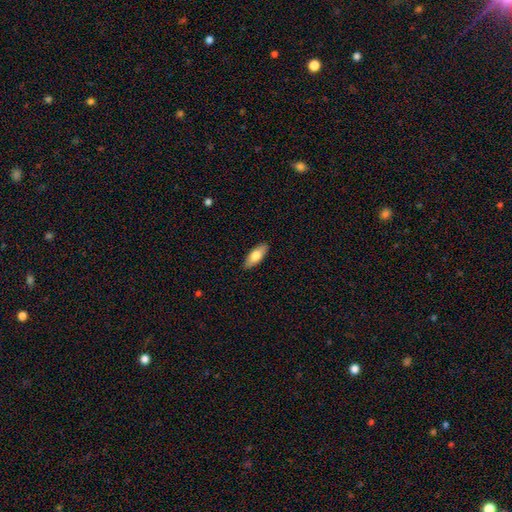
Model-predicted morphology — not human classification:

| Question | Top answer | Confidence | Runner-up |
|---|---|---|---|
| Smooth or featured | smooth | 77% | featured or disk (18%) |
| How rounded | in between | 79% | cigar-shaped (19%) |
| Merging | none | 89% | minor disturbance (8%) |